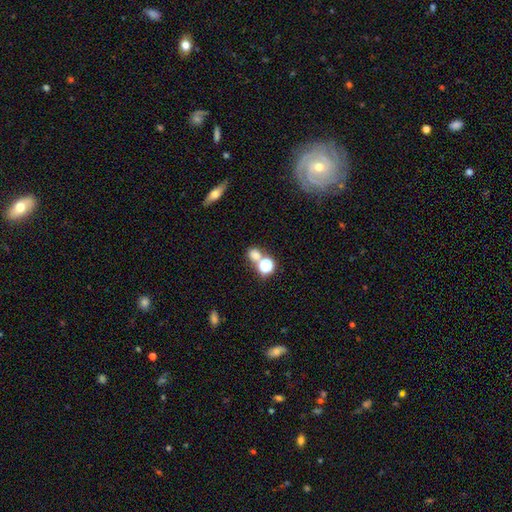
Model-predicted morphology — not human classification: type=smooth (67%); roundness=round (67%); merging=none (53%).